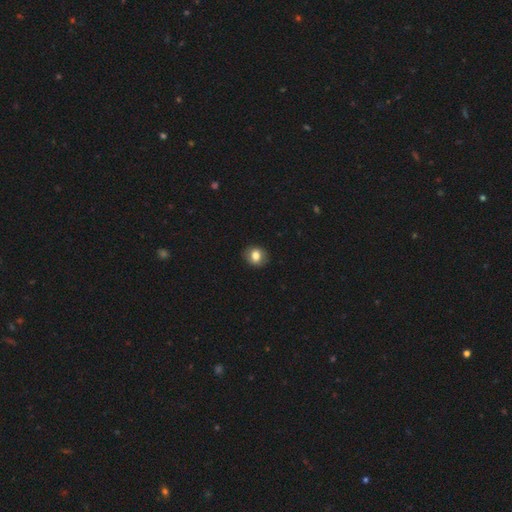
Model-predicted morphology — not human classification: smooth 79%, featured or disk 12%, star or artifact 9%. Down the decision tree: how rounded — round (68%); merging — none (87%).